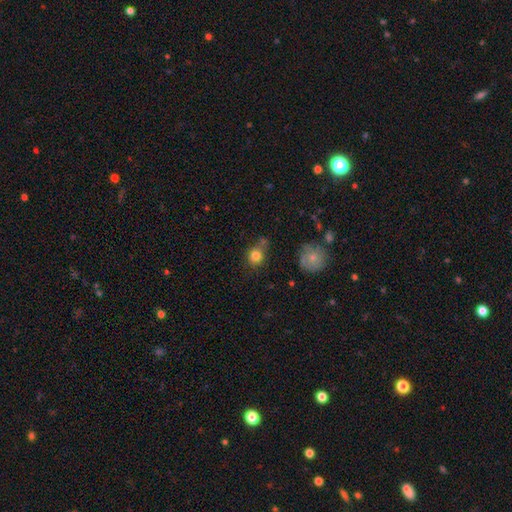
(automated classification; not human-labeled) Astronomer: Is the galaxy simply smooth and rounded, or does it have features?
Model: smooth — 81%.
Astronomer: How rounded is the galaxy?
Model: round — 81%.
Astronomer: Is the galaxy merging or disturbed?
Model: none — 64%.